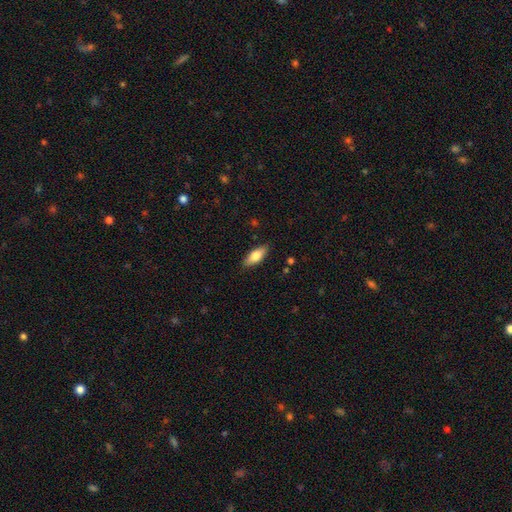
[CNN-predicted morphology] A smooth galaxy with no disk features (74%) that is in between round and cigar-shaped (76%). Merging: none (87%).